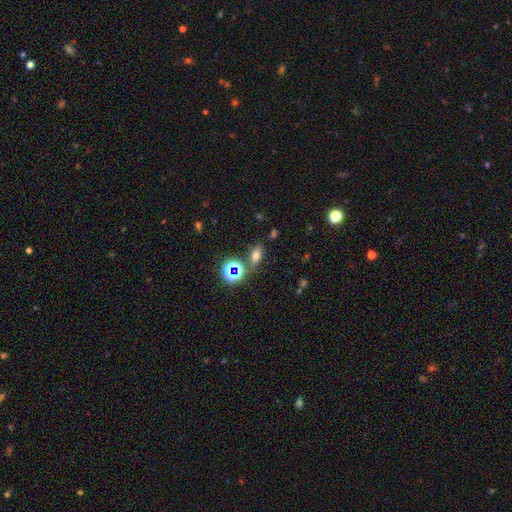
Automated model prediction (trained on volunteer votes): This appears to be a smooth galaxy with no disk features (64%) that is in between round and cigar-shaped (81%). Merging: none (75%).